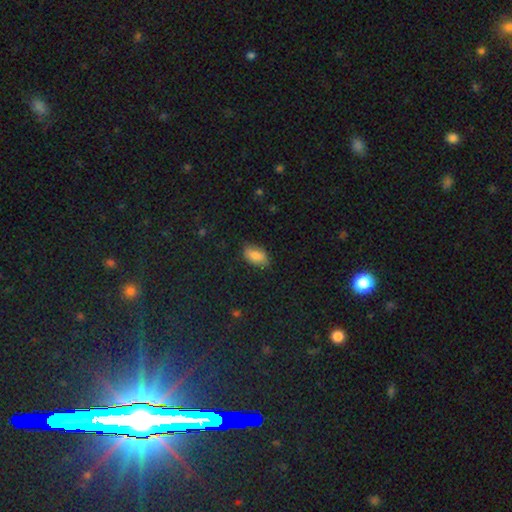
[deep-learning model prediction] This appears to be a smooth galaxy with no disk features (84%) that is in between round and cigar-shaped (92%). Merging: none (76%).